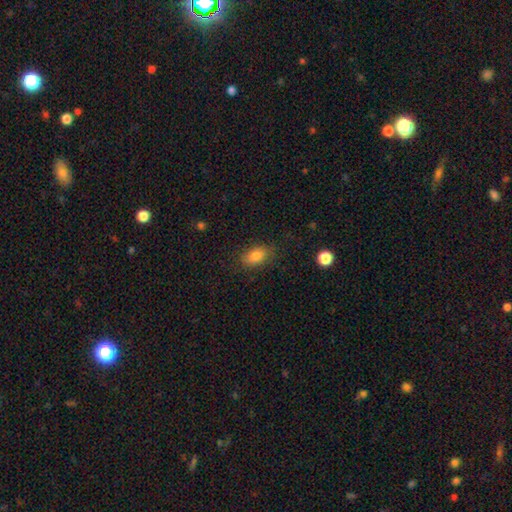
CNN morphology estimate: Smooth or featured: smooth — 82% (star or artifact — 9%)
How rounded: in between — 87% (round — 11%)
Merging: none — 81% (minor disturbance — 14%)